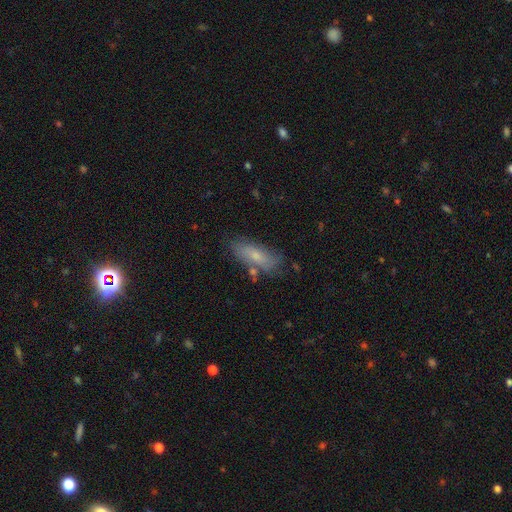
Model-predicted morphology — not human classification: smooth 67%, featured or disk 25%, star or artifact 8%. Down the decision tree: how rounded — in between (66%); merging — none (71%).